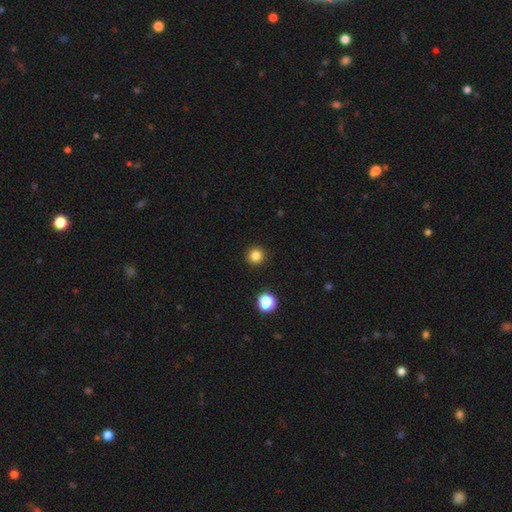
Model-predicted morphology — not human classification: The model was most divided on "smooth or featured": smooth: 83%, star or artifact: 13%, featured or disk: 4%. More confident: how rounded — round (96%); merging — none (93%).